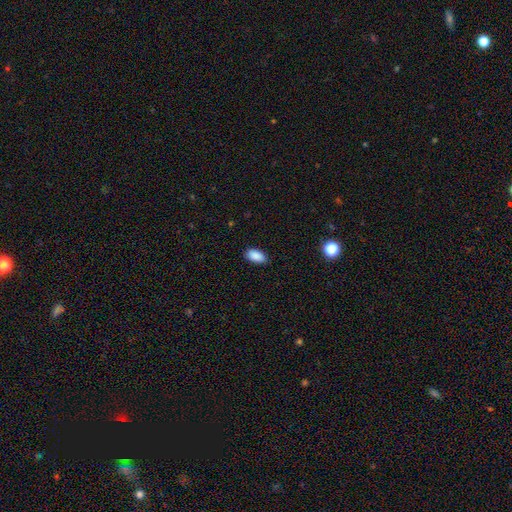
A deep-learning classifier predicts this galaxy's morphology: Overall: smooth (89%). How rounded: in between (94%). Merging: none (86%).